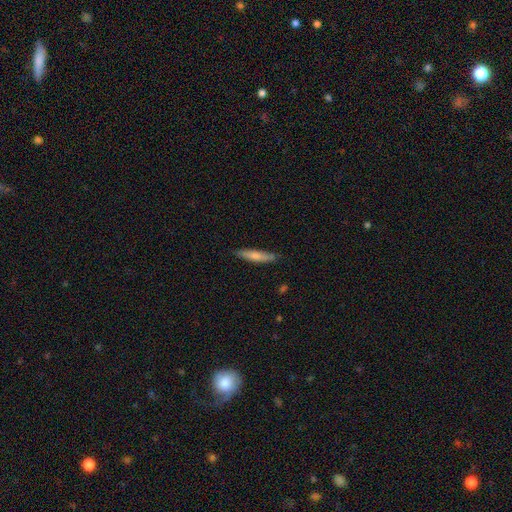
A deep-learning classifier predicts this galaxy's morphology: type=smooth (73%); roundness=cigar-shaped (85%); merging=none (82%).